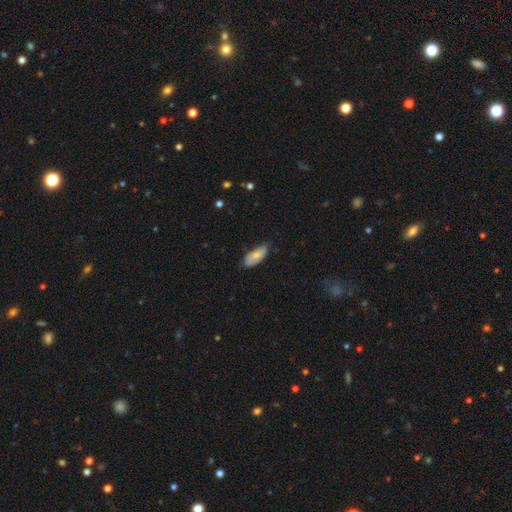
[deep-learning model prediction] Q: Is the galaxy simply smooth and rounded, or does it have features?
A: smooth — 76%.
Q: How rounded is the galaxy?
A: in between — 83%.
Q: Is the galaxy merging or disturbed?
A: none — 68%.